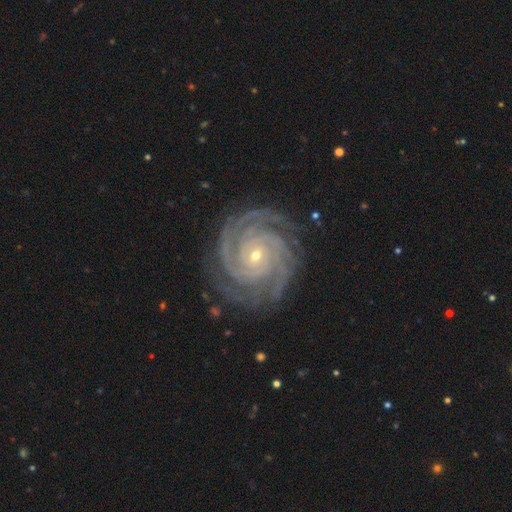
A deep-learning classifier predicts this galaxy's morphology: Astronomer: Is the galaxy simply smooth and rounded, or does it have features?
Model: featured or disk — 93%.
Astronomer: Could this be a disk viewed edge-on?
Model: no — 98%.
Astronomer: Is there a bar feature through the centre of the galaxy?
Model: no — 67%.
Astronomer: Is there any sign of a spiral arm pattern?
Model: yes — 99%.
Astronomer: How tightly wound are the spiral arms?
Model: tight — 84%.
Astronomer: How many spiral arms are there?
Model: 4 — 31% (runner-up: 3, 24%).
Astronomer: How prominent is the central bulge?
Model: small — 73%.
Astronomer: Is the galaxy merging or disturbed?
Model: none — 82%.